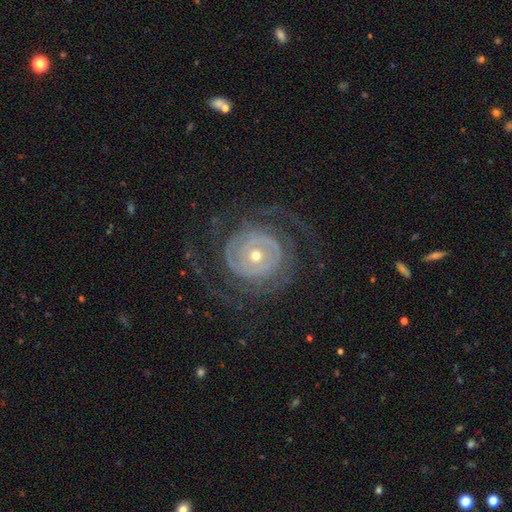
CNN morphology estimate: This appears to be a featured or disk galaxy (87%) with no bar (73%), 2 (44%) tight (64%) spiral arms (93%) and a small central bulge (54%). Merging: none (70%).